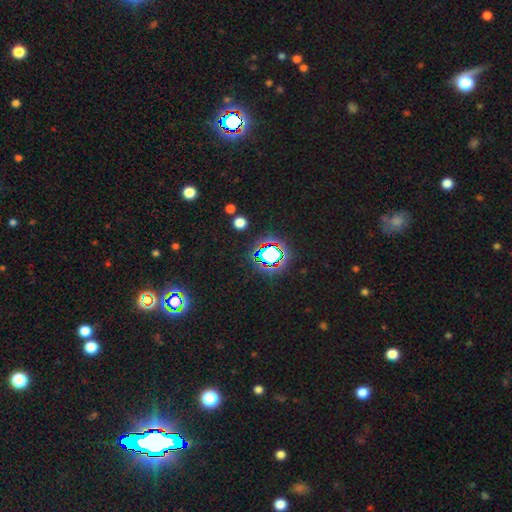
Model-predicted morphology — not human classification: type=star or artifact (78%).